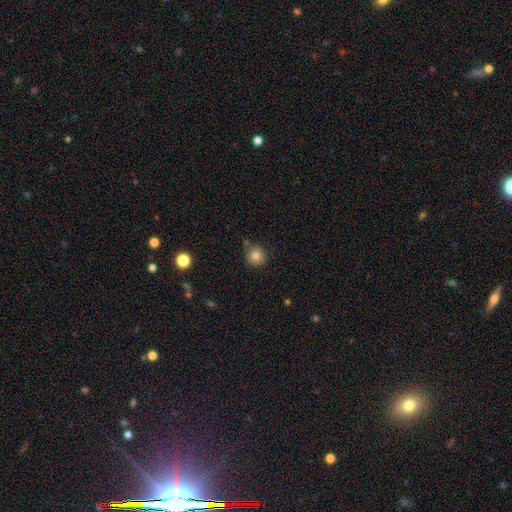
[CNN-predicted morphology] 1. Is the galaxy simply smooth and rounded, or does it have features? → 82% smooth, 11% star or artifact, 7% featured or disk.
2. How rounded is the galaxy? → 94% round, 5% in between, 1% cigar-shaped.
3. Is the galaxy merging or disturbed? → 78% none, 12% minor disturbance, 8% merger, 3% major disturbance.